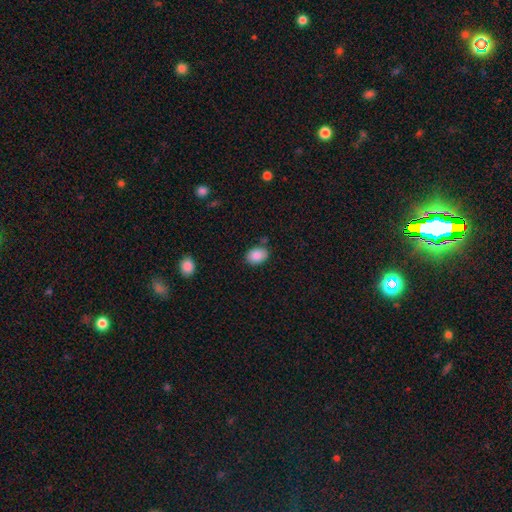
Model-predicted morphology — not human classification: smooth_or_featured: smooth (p=0.88) [alt: star or artifact p=0.07]
how_rounded: in between (p=0.77) [alt: round p=0.22]
merging: none (p=0.79) [alt: minor disturbance p=0.13]